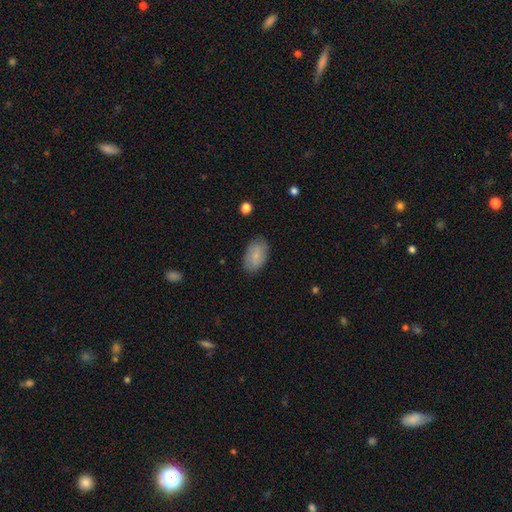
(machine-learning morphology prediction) smooth-or-featured: smooth: 77% | featured or disk: 16% | star or artifact: 7%
  how-rounded: in between: 93% | round: 6% | cigar-shaped: 2%
  merging: none: 83% | minor disturbance: 13% | major disturbance: 3% | merger: 1%